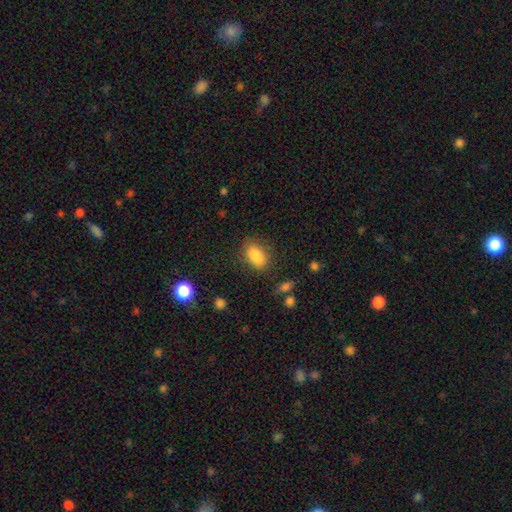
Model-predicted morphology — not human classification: This appears to be a smooth galaxy with no disk features (86%) that is in between round and cigar-shaped (89%). Merging: none (80%).